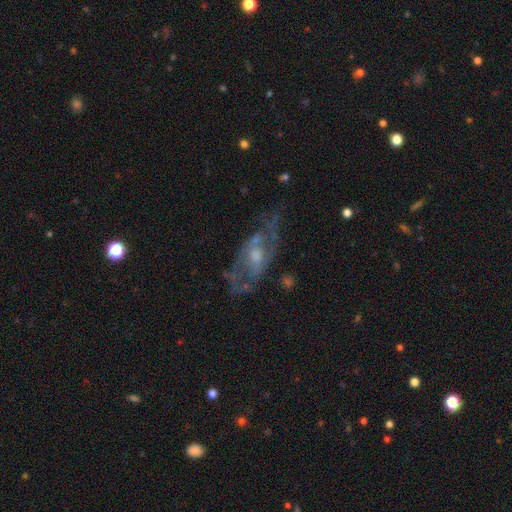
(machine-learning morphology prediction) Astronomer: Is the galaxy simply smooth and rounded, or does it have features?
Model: featured or disk — 72%.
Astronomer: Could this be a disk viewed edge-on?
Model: no — 83%.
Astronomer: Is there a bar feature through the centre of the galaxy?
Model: no — 67%.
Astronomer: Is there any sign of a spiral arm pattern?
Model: yes — 52% (runner-up: no, 48%).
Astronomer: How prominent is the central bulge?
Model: moderate — 51% (runner-up: small, 37%).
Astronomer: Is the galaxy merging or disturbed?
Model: none — 58%.